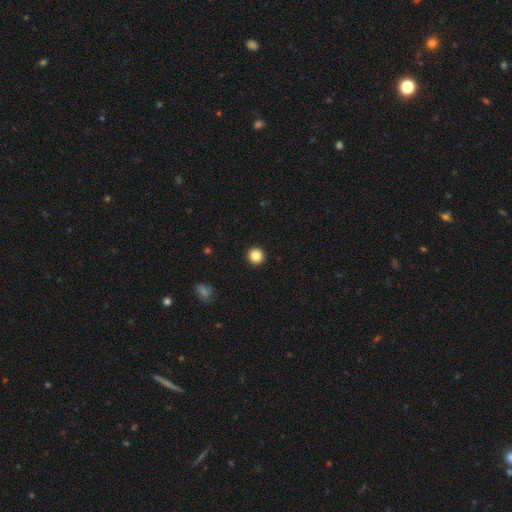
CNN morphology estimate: Q: Smooth or featured?
A: smooth (85%); runner-up: star or artifact (10%)
Q: How rounded?
A: round (95%); runner-up: in between (4%)
Q: Merging?
A: none (94%); runner-up: minor disturbance (4%)